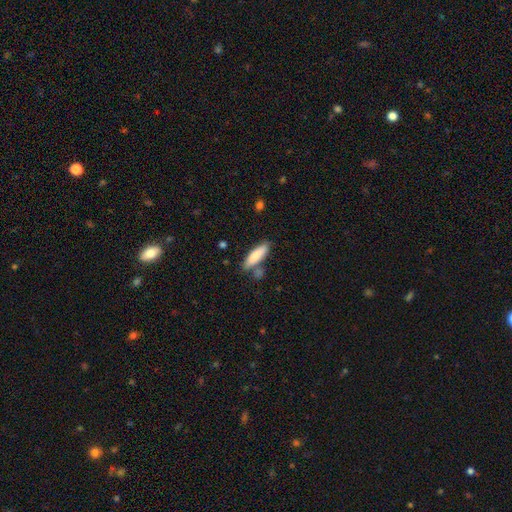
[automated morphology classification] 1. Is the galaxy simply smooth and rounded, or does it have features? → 82% smooth, 13% featured or disk, 6% star or artifact.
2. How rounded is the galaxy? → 58% cigar-shaped, 41% in between, 2% round.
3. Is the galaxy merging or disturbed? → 71% none, 15% minor disturbance, 10% merger, 3% major disturbance.